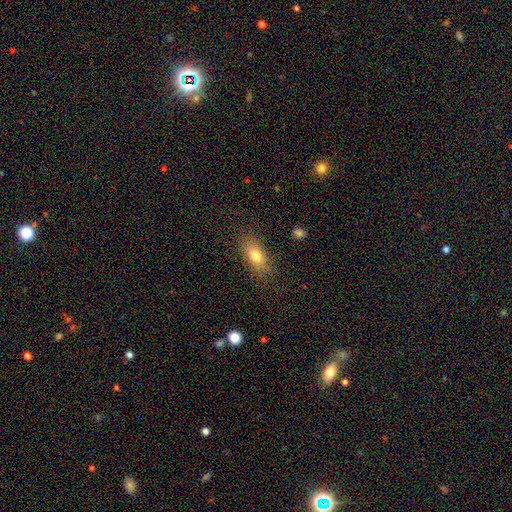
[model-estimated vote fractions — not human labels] This appears to be a smooth galaxy with no disk features (77%) that is in between round and cigar-shaped (82%). Merging: none (83%).